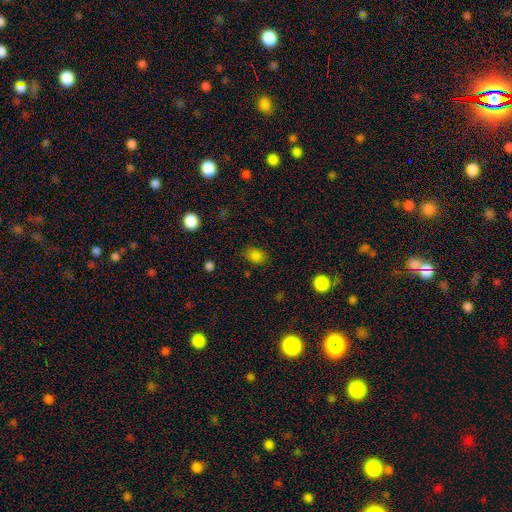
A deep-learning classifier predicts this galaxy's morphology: This appears to be a smooth galaxy with no disk features (81%) that is in between round and cigar-shaped (66%). Merging: none (80%).